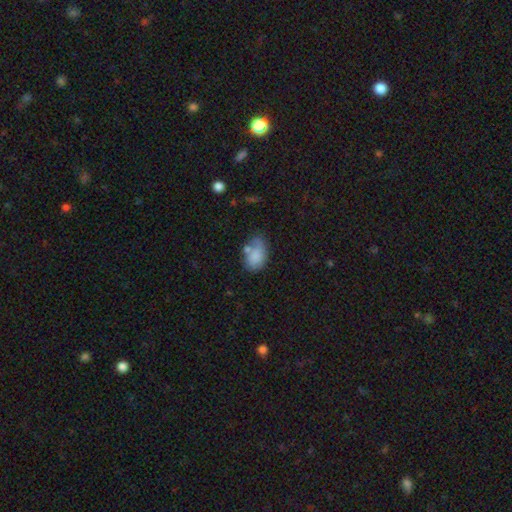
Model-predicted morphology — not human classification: Smooth or featured: smooth — 79% (featured or disk — 13%)
How rounded: in between — 85% (round — 14%)
Merging: none — 44% (minor disturbance — 25%)